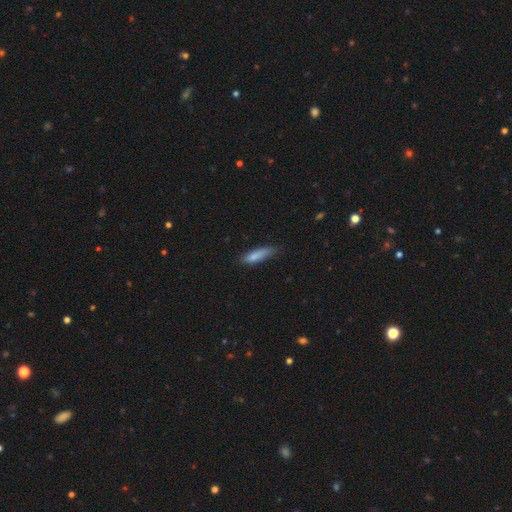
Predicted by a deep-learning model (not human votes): Morphology: type=smooth (84%); roundness=cigar-shaped (67%); merging=none (65%).